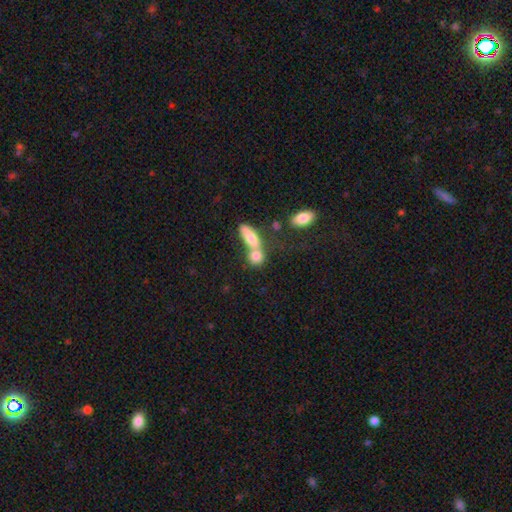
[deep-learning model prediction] Smooth or featured? smooth (78%)
How rounded? in between (47%)
Merging? merger (60%)